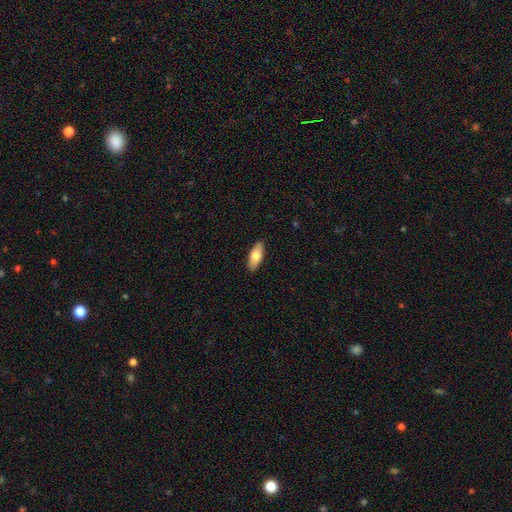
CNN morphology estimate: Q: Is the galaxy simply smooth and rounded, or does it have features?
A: smooth — 74%.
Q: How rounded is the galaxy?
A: in between — 75%.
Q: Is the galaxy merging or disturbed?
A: none — 90%.